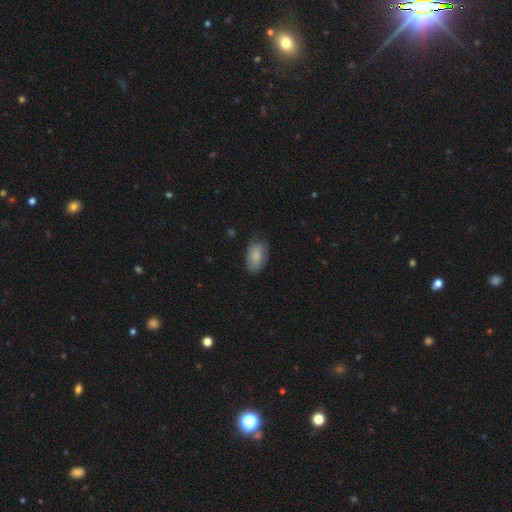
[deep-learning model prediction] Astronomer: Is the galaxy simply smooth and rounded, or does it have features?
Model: smooth — 82%.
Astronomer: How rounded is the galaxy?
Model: in between — 91%.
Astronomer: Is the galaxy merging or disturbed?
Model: none — 74%.